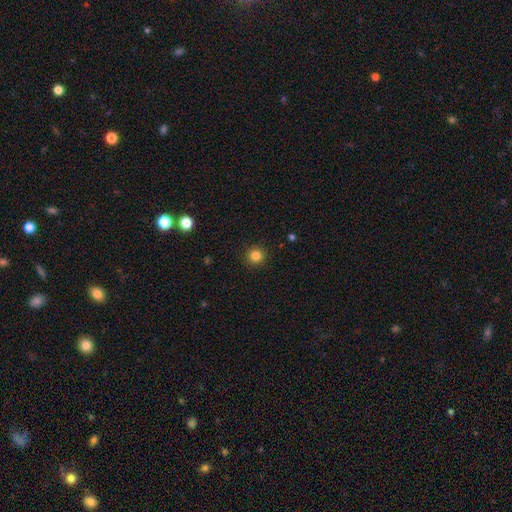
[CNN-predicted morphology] smooth 83%, star or artifact 12%, featured or disk 4%. Down the decision tree: how rounded — round (95%); merging — none (92%).